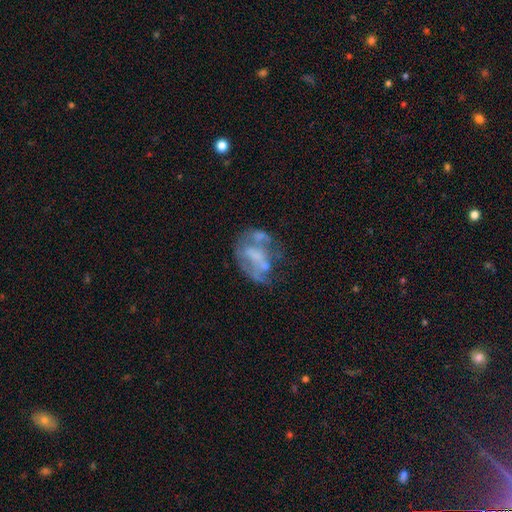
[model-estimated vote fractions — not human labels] featured or disk 62%, smooth 26%, star or artifact 12%. Down the decision tree: edge-on disk — no (97%); bar — no (69%); spiral arms — no (78%); bulge size — none (53%); merging — none (32%).